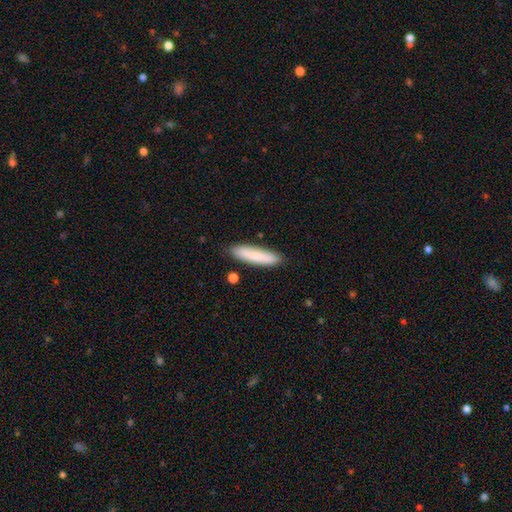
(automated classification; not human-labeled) Smooth or featured?
  - smooth: 81% *
  - featured or disk: 12%
  - star or artifact: 6%
How rounded?
  - cigar-shaped: 81% *
  - in between: 18%
  - round: 1%
Merging?
  - none: 86% *
  - minor disturbance: 10%
  - merger: 2%
  - major disturbance: 2%